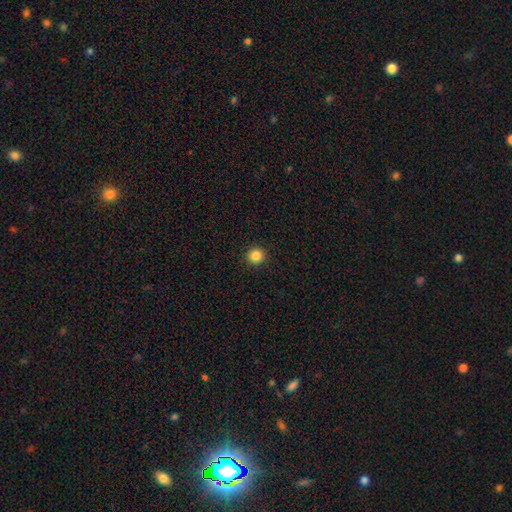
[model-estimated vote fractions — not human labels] Smooth or featured?
  - smooth: 85% *
  - star or artifact: 11%
  - featured or disk: 3%
How rounded?
  - round: 94% *
  - in between: 5%
  - cigar-shaped: 1%
Merging?
  - none: 93% *
  - minor disturbance: 4%
  - major disturbance: 2%
  - merger: 1%